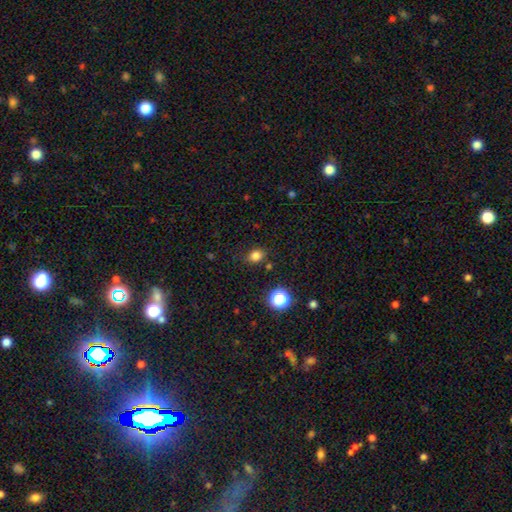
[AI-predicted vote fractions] smooth_or_featured: smooth (p=0.81) [alt: star or artifact p=0.15]
how_rounded: round (p=0.50) [alt: in between p=0.49]
merging: none (p=0.81) [alt: minor disturbance p=0.13]